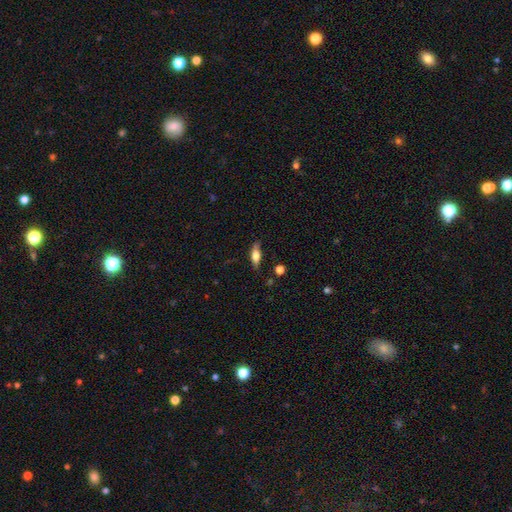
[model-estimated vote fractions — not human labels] Smooth or featured? smooth (57%)
How rounded? in between (60%)
Merging? none (75%)